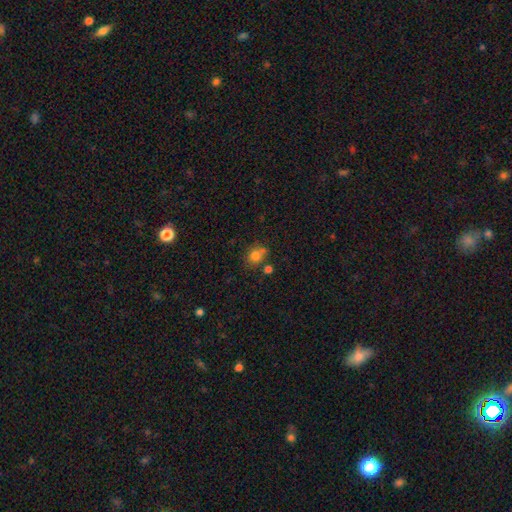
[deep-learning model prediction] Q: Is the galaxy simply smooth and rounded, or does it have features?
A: smooth — 77%.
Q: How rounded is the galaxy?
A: round — 63%.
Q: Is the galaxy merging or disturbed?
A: none — 55%.